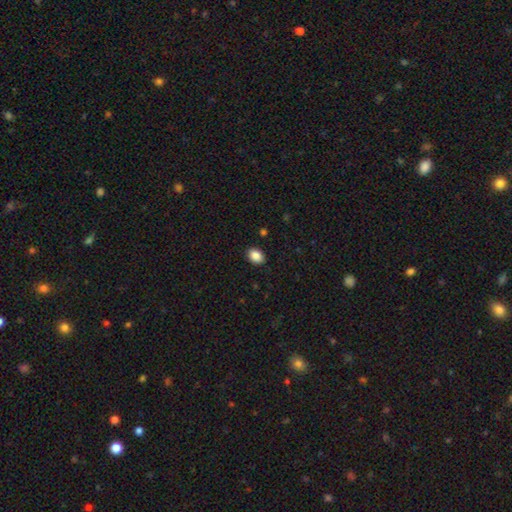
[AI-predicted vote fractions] A smooth galaxy with no disk features (88%) that is in between round and cigar-shaped (71%). Merging: none (89%).